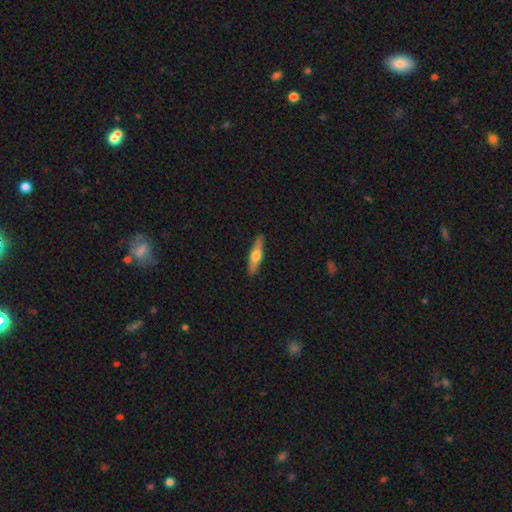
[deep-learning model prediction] A featured or disk galaxy (52%) viewed edge-on (94%).

Vote fractions:
- Smooth or featured? featured or disk: 52% / smooth: 42% / star or artifact: 5%
- Edge-on disk? yes: 94% / no: 6%
- Merging? none: 90% / minor disturbance: 7% / major disturbance: 2% / merger: 1%